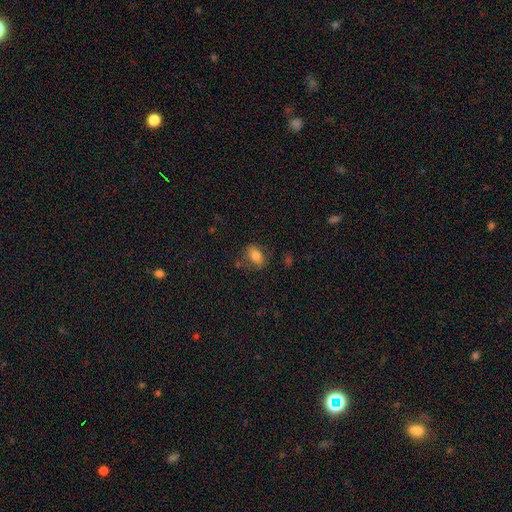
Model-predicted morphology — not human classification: This is likely a smooth galaxy (76%). How rounded: clearly in between (84%). Merging: likely none (73%).